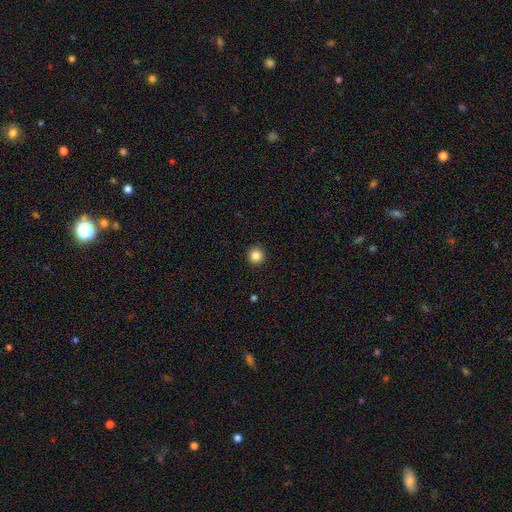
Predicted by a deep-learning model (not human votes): The model was most divided on "smooth or featured": smooth: 86%, star or artifact: 11%, featured or disk: 4%. More confident: how rounded — round (96%); merging — none (93%).